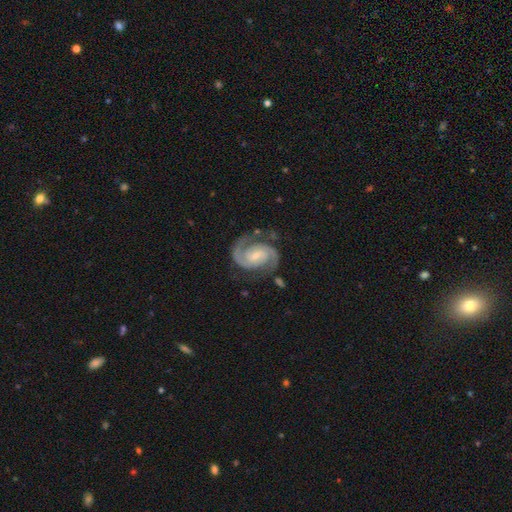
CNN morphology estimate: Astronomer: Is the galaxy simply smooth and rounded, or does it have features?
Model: featured or disk — 93%.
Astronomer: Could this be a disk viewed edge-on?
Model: no — 98%.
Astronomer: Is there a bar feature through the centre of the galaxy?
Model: weak — 48% (runner-up: no, 34%).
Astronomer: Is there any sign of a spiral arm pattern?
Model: yes — 99%.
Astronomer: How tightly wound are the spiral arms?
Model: medium — 49% (runner-up: tight, 43%).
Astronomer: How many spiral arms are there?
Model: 2 — 93%.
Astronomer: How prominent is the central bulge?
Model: small — 60%.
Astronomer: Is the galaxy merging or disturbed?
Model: none — 78%.